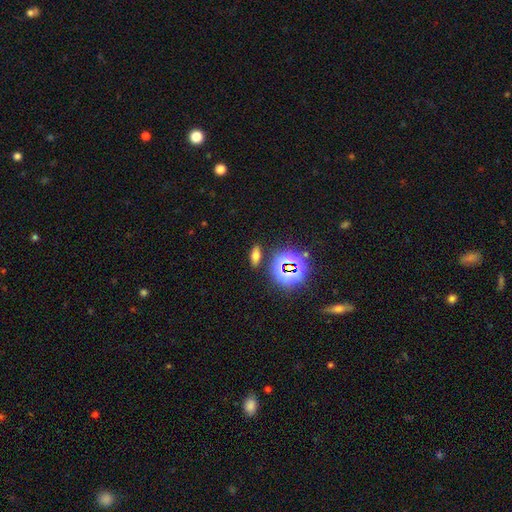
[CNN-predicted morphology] smooth-or-featured: smooth: 58% | star or artifact: 28% | featured or disk: 14%
  how-rounded: in between: 70% | cigar-shaped: 19% | round: 11%
  merging: none: 85% | minor disturbance: 8% | merger: 4% | major disturbance: 3%